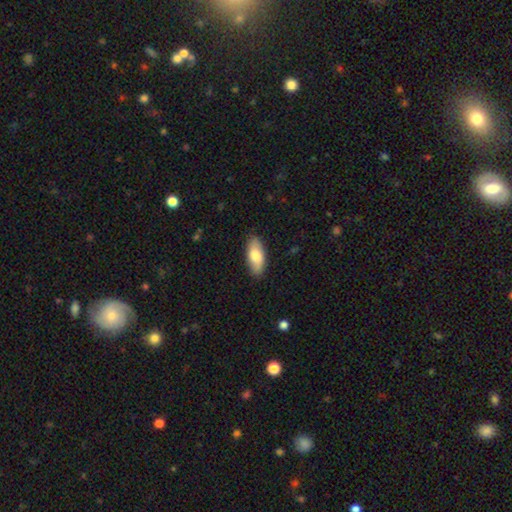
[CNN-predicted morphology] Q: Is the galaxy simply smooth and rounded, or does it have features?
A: smooth — 77%.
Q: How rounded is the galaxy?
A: in between — 86%.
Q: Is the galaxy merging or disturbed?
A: none — 87%.